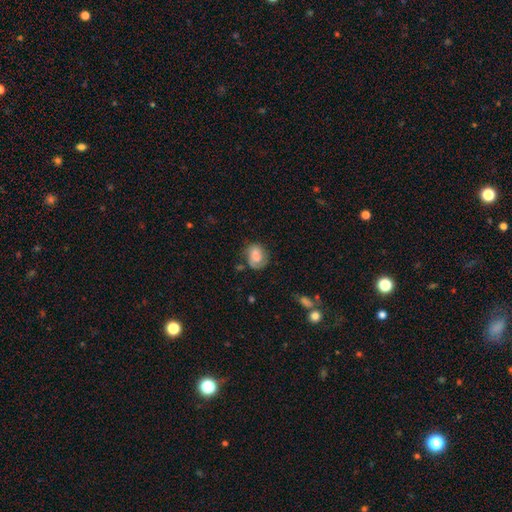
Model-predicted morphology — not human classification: smooth-or-featured: smooth: 64% | featured or disk: 27% | star or artifact: 9%
  how-rounded: in between: 56% | round: 43% | cigar-shaped: 1%
  merging: none: 49% | minor disturbance: 29% | major disturbance: 17% | merger: 5%